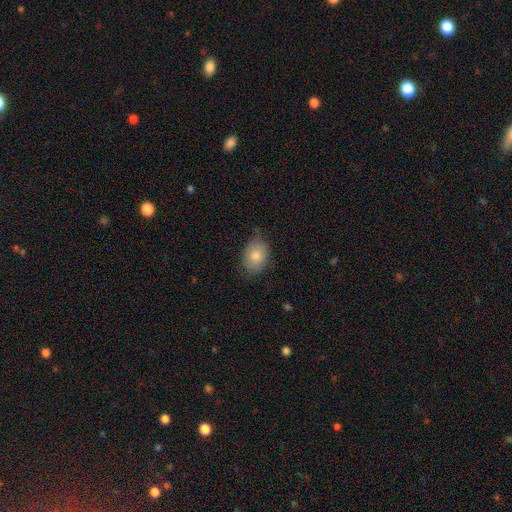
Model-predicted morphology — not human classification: Smooth or featured?
  - smooth: 78% *
  - featured or disk: 14%
  - star or artifact: 8%
How rounded?
  - in between: 72% *
  - round: 27%
  - cigar-shaped: 1%
Merging?
  - none: 72% *
  - minor disturbance: 23%
  - major disturbance: 4%
  - merger: 1%